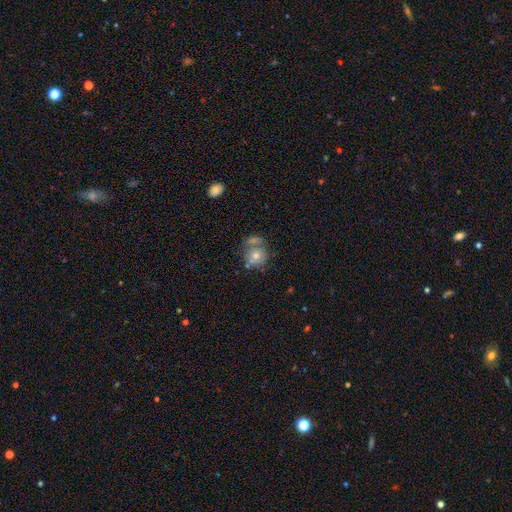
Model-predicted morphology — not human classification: Overall: smooth (55%; featured or disk 33%). How rounded: round (82%). Merging: none (47%; merger 32%).